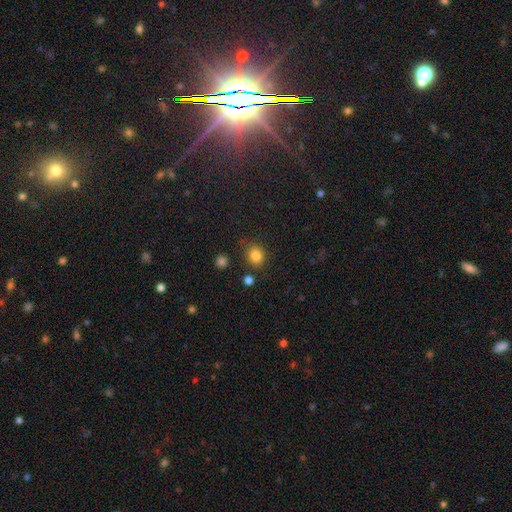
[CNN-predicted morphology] Smooth or featured? Predicted: smooth (p=0.83). How rounded? Predicted: round (p=0.80). Merging? Predicted: none (p=0.82).